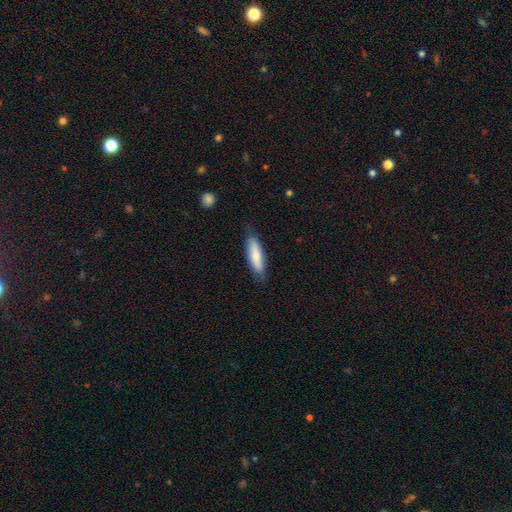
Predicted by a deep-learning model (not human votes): Smooth or featured? smooth (77%)
How rounded? cigar-shaped (55%)
Merging? none (76%)